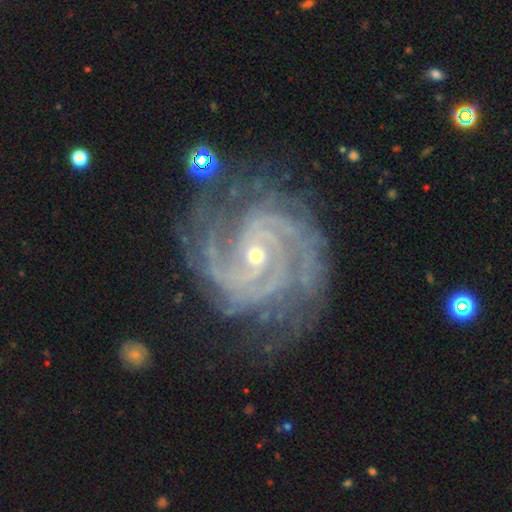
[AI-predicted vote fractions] Overall: featured or disk (93%). Edge-on disk: no (98%). Bar: no (49%; weak 36%). Spiral arms: yes (99%). Spiral arm count: 2 (37%; 3 21%). Spiral winding: tight (69%). Bulge size: small (63%; moderate 34%). Merging: none (73%).